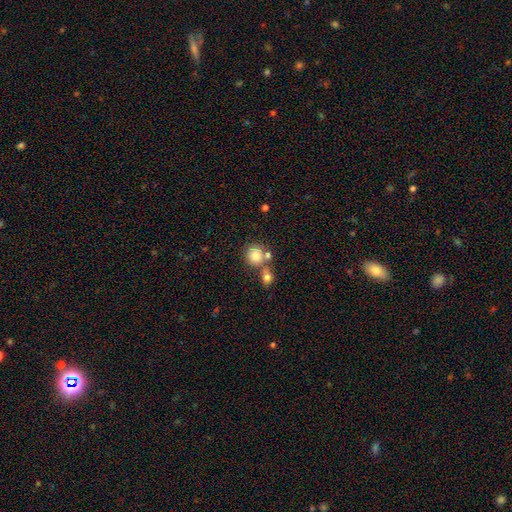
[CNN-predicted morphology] type=smooth (80%); roundness=round (84%); merging=none (53%).